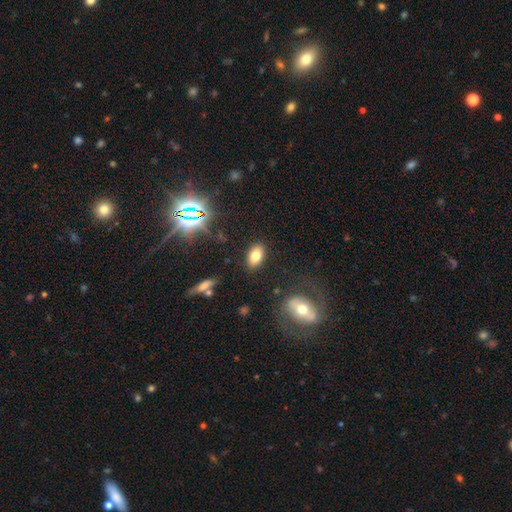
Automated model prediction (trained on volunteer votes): Smooth or featured? smooth (77%)
How rounded? in between (90%)
Merging? none (86%)